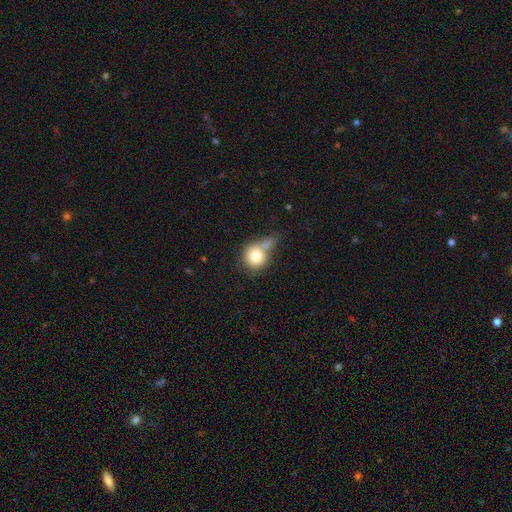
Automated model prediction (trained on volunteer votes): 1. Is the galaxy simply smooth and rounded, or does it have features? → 77% smooth, 14% featured or disk, 9% star or artifact.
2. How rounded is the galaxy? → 83% round, 15% in between, 1% cigar-shaped.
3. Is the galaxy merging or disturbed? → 42% merger, 30% none, 17% minor disturbance, 11% major disturbance.